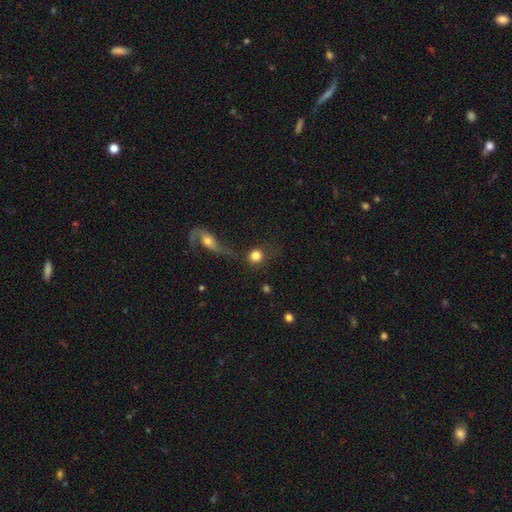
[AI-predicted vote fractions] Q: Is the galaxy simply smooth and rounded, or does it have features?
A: smooth — 80%.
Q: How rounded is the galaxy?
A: round — 87%.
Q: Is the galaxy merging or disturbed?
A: none — 57%.